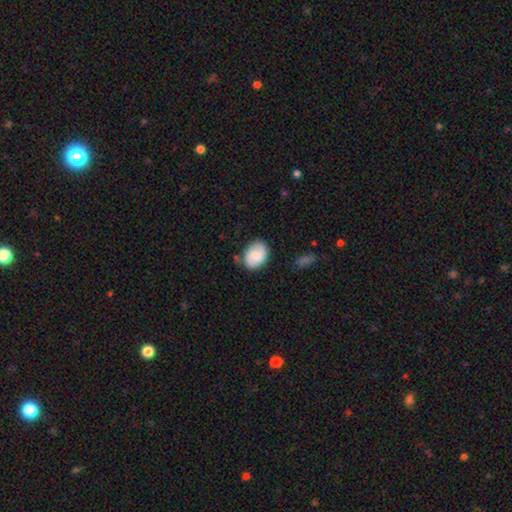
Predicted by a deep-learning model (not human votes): This is likely a smooth galaxy (75%). How rounded: likely in between (73%). Merging: likely none (73%).